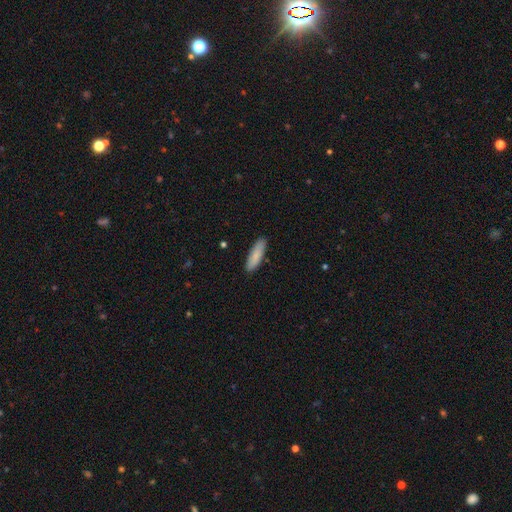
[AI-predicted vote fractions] Q: Smooth or featured?
A: smooth (86%); runner-up: featured or disk (8%)
Q: How rounded?
A: cigar-shaped (64%); runner-up: in between (35%)
Q: Merging?
A: none (88%); runner-up: minor disturbance (9%)